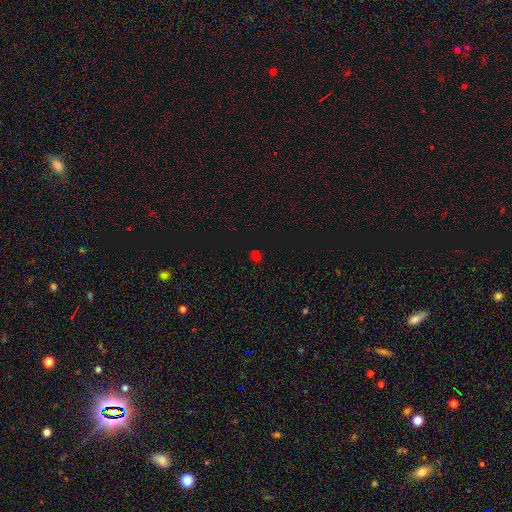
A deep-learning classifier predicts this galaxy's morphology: smooth-or-featured: smooth: 62% | star or artifact: 33% | featured or disk: 4%
  how-rounded: round: 69% | in between: 29% | cigar-shaped: 1%
  merging: none: 84% | minor disturbance: 11% | major disturbance: 3% | merger: 2%